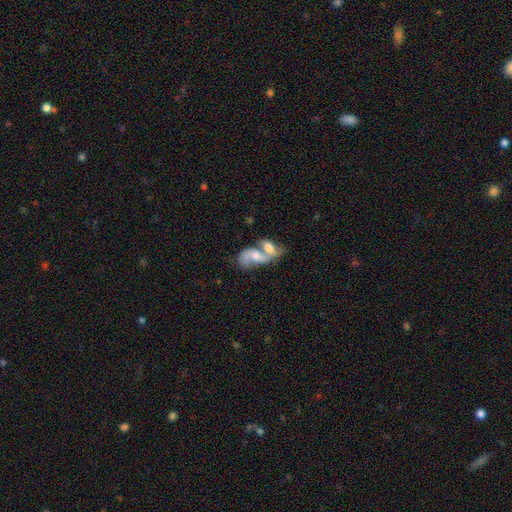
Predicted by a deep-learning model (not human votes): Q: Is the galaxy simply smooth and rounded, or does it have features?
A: featured or disk — 51%.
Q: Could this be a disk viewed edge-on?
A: no — 94%.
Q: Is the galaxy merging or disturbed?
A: merger — 78%.